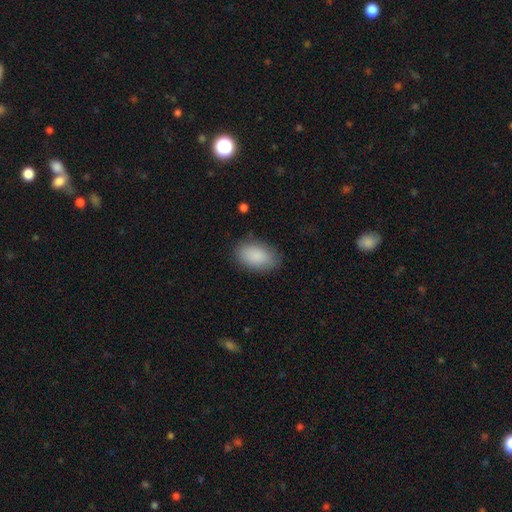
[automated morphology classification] The model was most divided on "merging": none: 83%, minor disturbance: 12%, major disturbance: 4%, merger: 1%. More confident: how rounded — in between (92%); smooth or featured — smooth (88%).